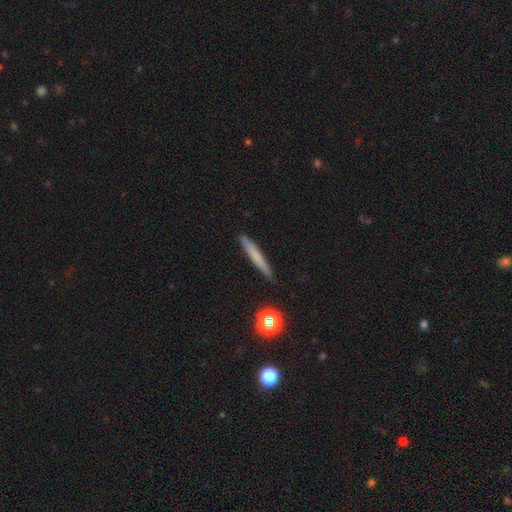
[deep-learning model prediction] Overall: smooth (65%; featured or disk 25%). How rounded: cigar-shaped (95%). Merging: none (87%).